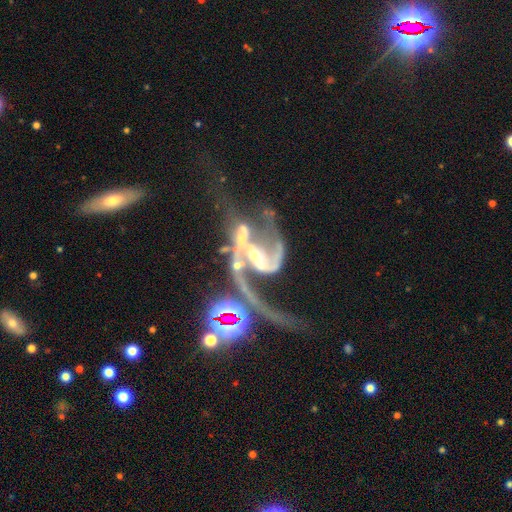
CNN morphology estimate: Smooth or featured? Predicted: featured or disk (p=0.86). Edge-on disk? Predicted: no (p=0.97). Bar? Predicted: weak (p=0.35). Spiral arms? Predicted: yes (p=0.94). Spiral winding? Predicted: loose (p=0.56). Spiral arm count? Predicted: 2 (p=0.81). Bulge size? Predicted: small (p=0.53). Merging? Predicted: major disturbance (p=0.38).